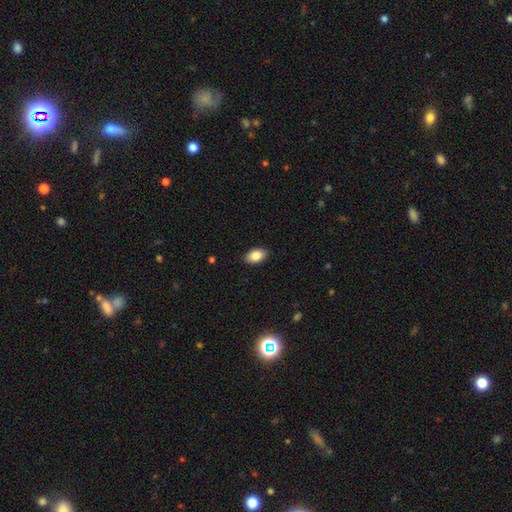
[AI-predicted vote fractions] A smooth galaxy with no disk features (86%) that is in between round and cigar-shaped (91%).

Vote fractions:
- Smooth or featured? smooth: 86% / star or artifact: 7% / featured or disk: 7%
- How rounded? in between: 91% / round: 7% / cigar-shaped: 2%
- Merging? none: 88% / minor disturbance: 9% / major disturbance: 2% / merger: 1%